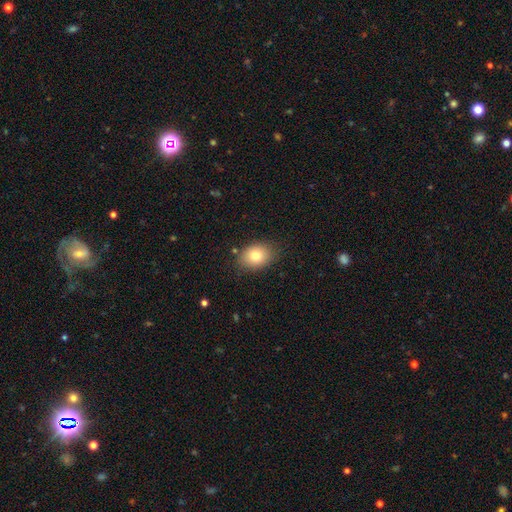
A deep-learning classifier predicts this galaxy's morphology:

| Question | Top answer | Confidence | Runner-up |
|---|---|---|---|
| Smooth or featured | smooth | 80% | featured or disk (11%) |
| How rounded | in between | 68% | round (31%) |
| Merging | none | 82% | minor disturbance (13%) |